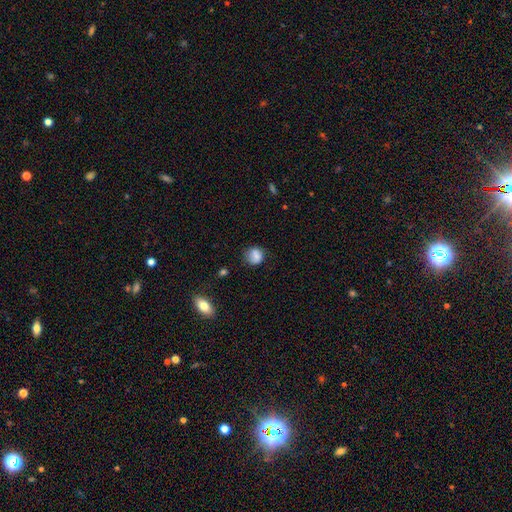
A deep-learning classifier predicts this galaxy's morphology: smooth 77%, featured or disk 14%, star or artifact 10%. Down the decision tree: how rounded — round (77%); merging — none (64%).